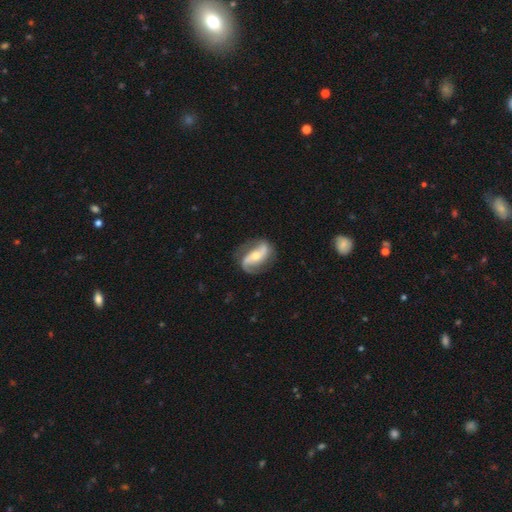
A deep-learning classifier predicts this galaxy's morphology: featured or disk 85%, smooth 10%, star or artifact 5%. Down the decision tree: edge-on disk — no (96%); bar — strong (38%); spiral arms — yes (95%); spiral arm count — 2 (91%); spiral winding — loose (51%); bulge size — moderate (54%); merging — none (78%).